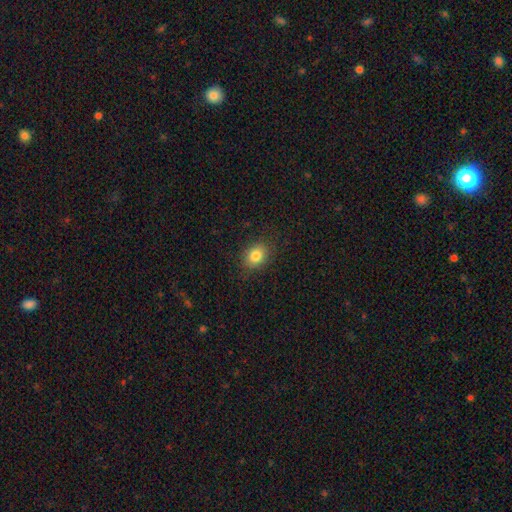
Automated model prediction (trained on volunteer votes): smooth_or_featured: smooth (p=0.83) [alt: star or artifact p=0.10]
how_rounded: in between (p=0.56) [alt: round p=0.43]
merging: none (p=0.85) [alt: minor disturbance p=0.11]